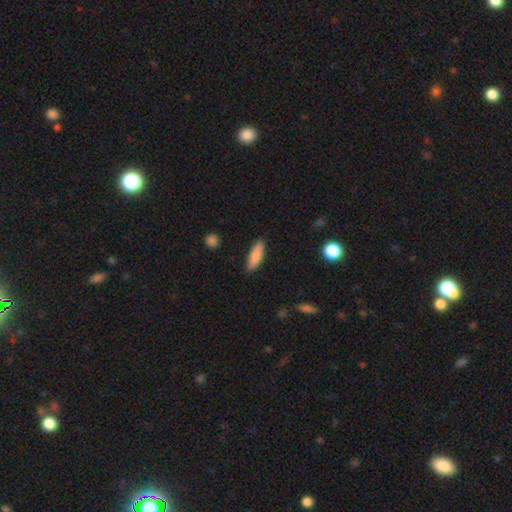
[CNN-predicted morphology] Overall: smooth (85%). How rounded: cigar-shaped (52%; in between 46%). Merging: none (88%).